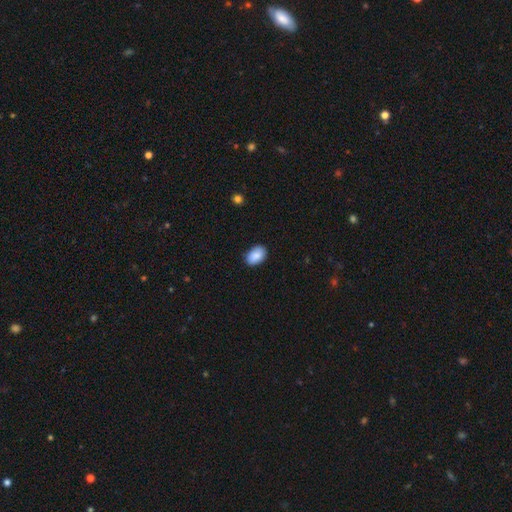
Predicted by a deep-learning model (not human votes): smooth-or-featured: smooth: 89% | star or artifact: 7% | featured or disk: 4%
  how-rounded: in between: 88% | round: 11% | cigar-shaped: 1%
  merging: none: 86% | minor disturbance: 11% | major disturbance: 2% | merger: 1%